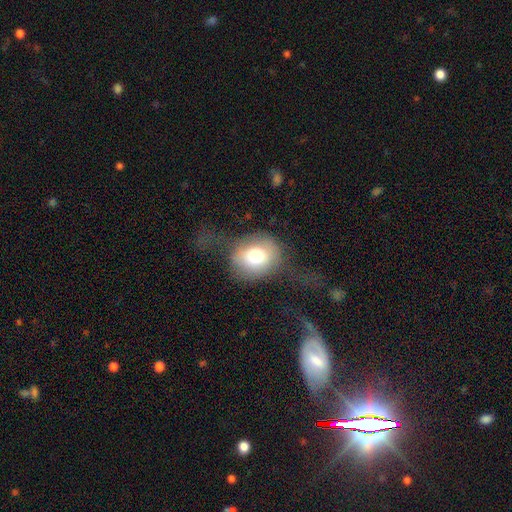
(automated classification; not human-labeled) Smooth or featured: smooth — 70% (featured or disk — 21%)
How rounded: round — 61% (in between — 38%)
Merging: none — 43% (major disturbance — 34%)